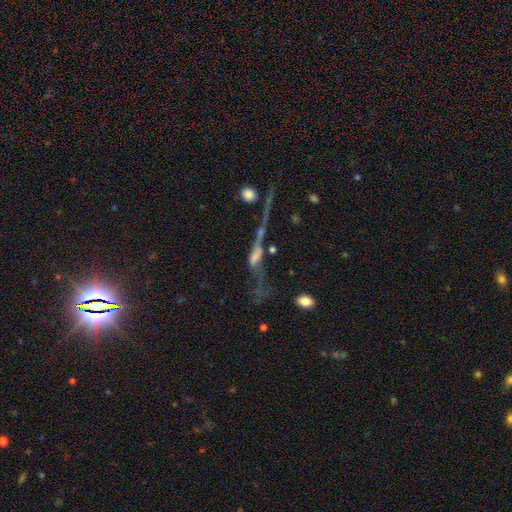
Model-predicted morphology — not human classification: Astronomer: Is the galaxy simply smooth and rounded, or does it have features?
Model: featured or disk — 52% (runner-up: smooth, 33%).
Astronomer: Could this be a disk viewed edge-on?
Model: no — 57% (runner-up: yes, 43%).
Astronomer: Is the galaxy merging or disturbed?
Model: major disturbance — 40% (runner-up: merger, 25%).